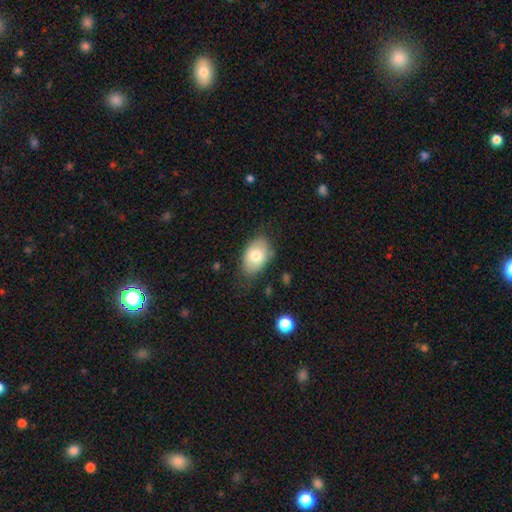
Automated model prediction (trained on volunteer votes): Smooth or featured?
  - smooth: 76% *
  - featured or disk: 17%
  - star or artifact: 7%
How rounded?
  - in between: 87% *
  - round: 12%
  - cigar-shaped: 1%
Merging?
  - none: 70% *
  - minor disturbance: 22%
  - major disturbance: 6%
  - merger: 2%